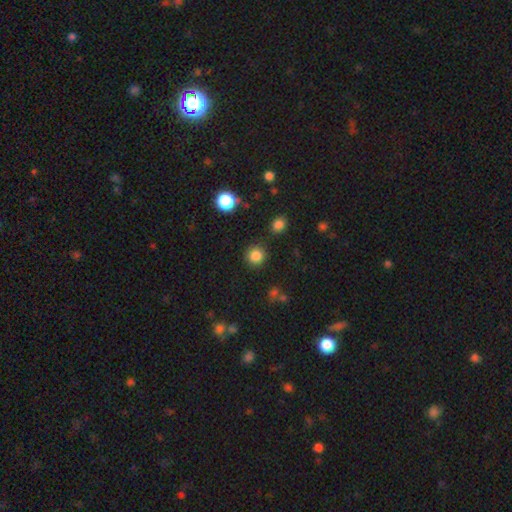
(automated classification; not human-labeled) smooth-or-featured: smooth: 83% | star or artifact: 13% | featured or disk: 4%
  how-rounded: round: 92% | in between: 7% | cigar-shaped: 1%
  merging: none: 85% | minor disturbance: 9% | merger: 3% | major disturbance: 3%